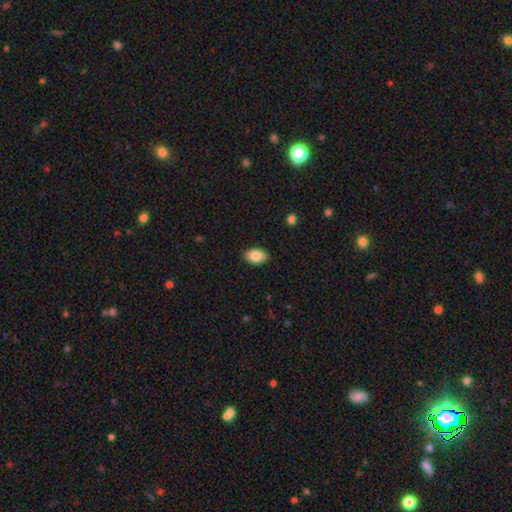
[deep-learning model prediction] The model was most divided on "how rounded": in between: 88%, round: 11%, cigar-shaped: 1%. More confident: merging — none (88%); smooth or featured — smooth (85%).